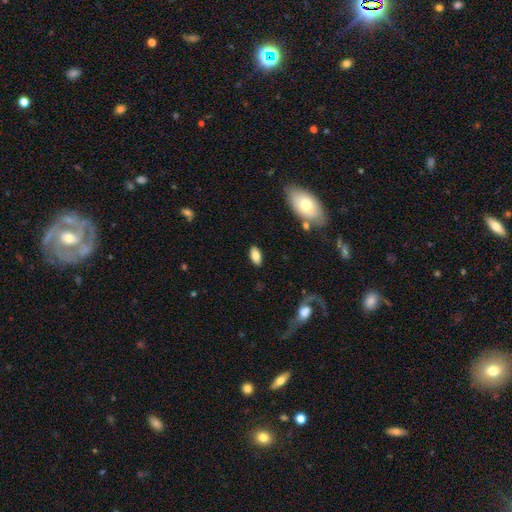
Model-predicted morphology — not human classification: Smooth or featured? Predicted: smooth (p=0.79). How rounded? Predicted: in between (p=0.91). Merging? Predicted: none (p=0.86).